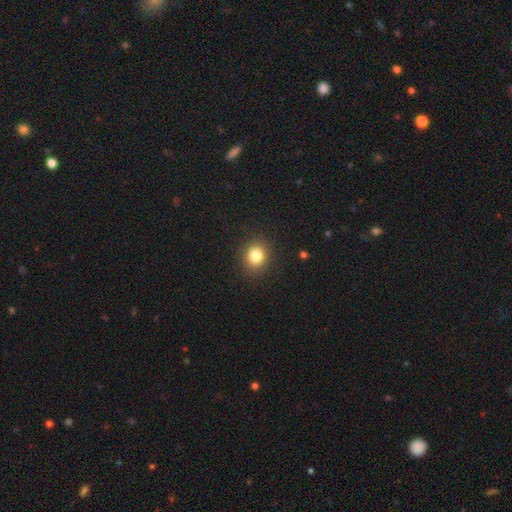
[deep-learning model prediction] Morphology: type=smooth (82%); roundness=round (75%); merging=none (90%).